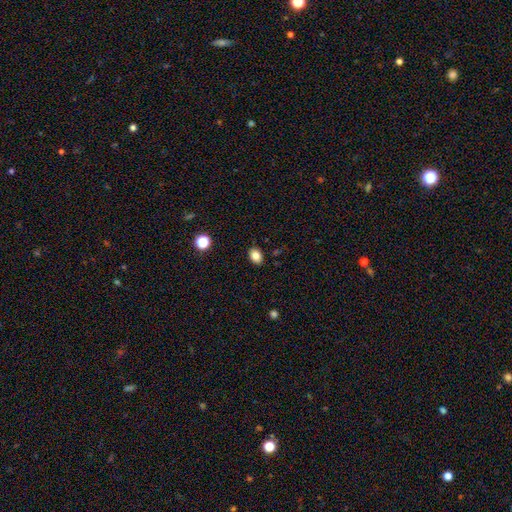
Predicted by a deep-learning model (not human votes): This is clearly a smooth galaxy (83%). How rounded: likely in between (71%). Merging: clearly none (88%).